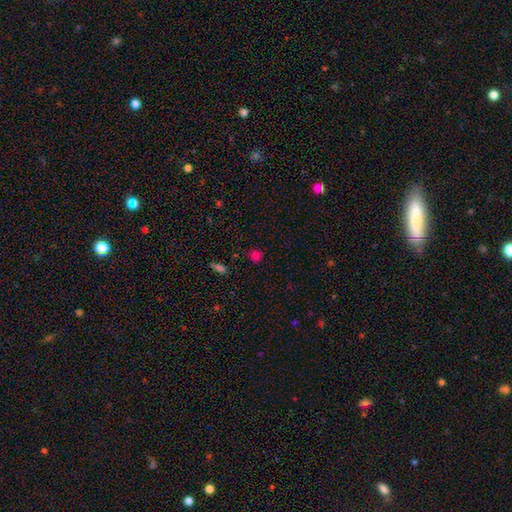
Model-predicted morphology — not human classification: This appears to be a smooth galaxy with no disk features (76%) that is round (88%). Merging: none (85%).